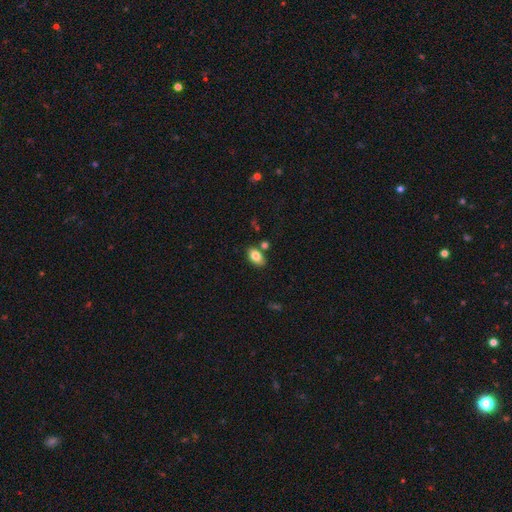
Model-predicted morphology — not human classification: smooth-or-featured: smooth: 81% | featured or disk: 11% | star or artifact: 8%
  how-rounded: in between: 91% | round: 7% | cigar-shaped: 2%
  merging: none: 74% | minor disturbance: 13% | merger: 10% | major disturbance: 3%